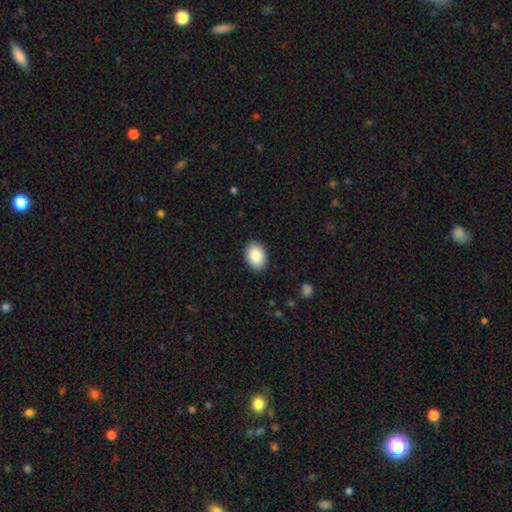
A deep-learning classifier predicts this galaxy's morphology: type=smooth (88%); roundness=in between (81%); merging=none (90%).